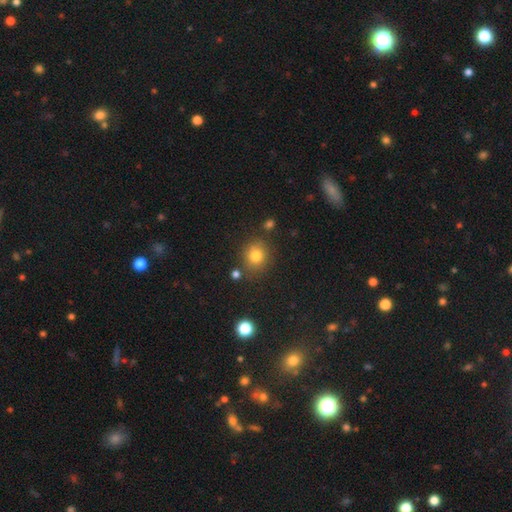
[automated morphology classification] Overall: smooth (78%). How rounded: round (81%). Merging: none (79%).